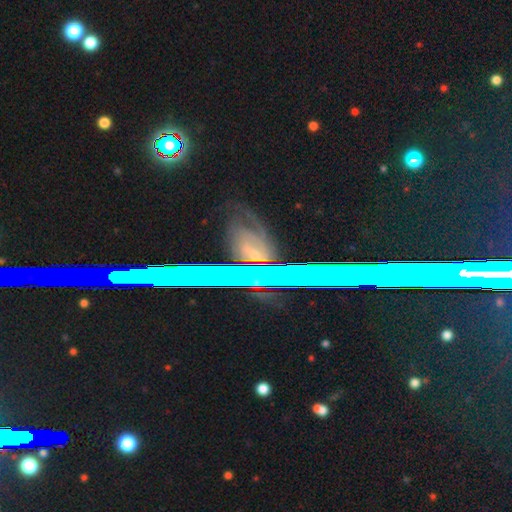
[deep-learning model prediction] Q: Smooth or featured?
A: star or artifact (61%); runner-up: featured or disk (25%)